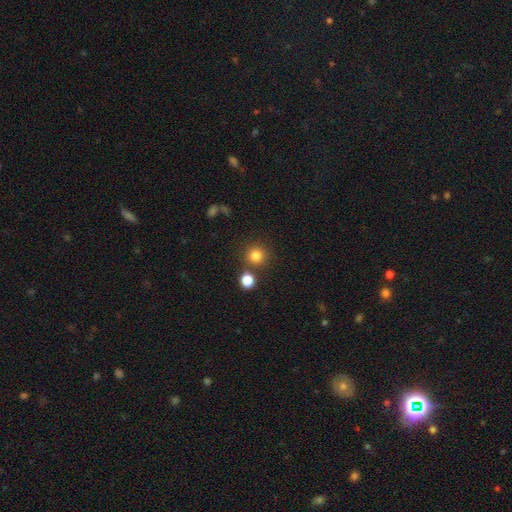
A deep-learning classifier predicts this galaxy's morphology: smooth_or_featured: smooth (p=0.81) [alt: star or artifact p=0.14]
how_rounded: round (p=0.93) [alt: in between p=0.06]
merging: none (p=0.79) [alt: merger p=0.11]